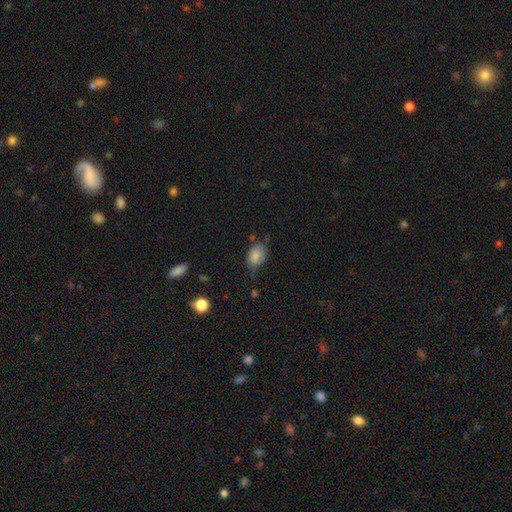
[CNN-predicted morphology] A smooth galaxy with no disk features (82%) that is in between round and cigar-shaped (82%). Merging: none (55%).